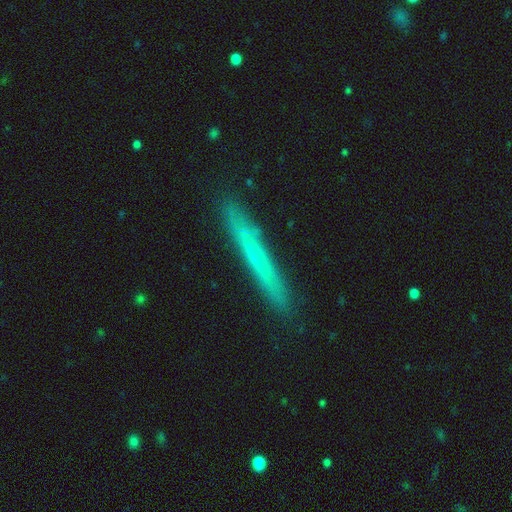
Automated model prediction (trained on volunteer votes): The model was most divided on "smooth or featured": smooth: 55%, featured or disk: 38%, star or artifact: 7%. More confident: how rounded — cigar-shaped (97%); merging — none (89%).